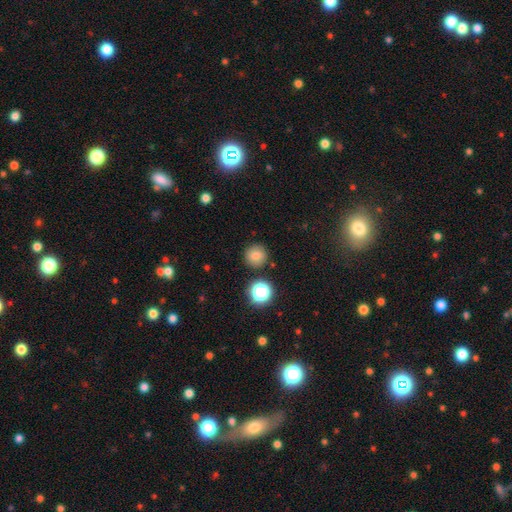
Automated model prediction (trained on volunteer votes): This is likely a smooth galaxy (77%). How rounded: clearly round (95%). Merging: clearly none (88%).